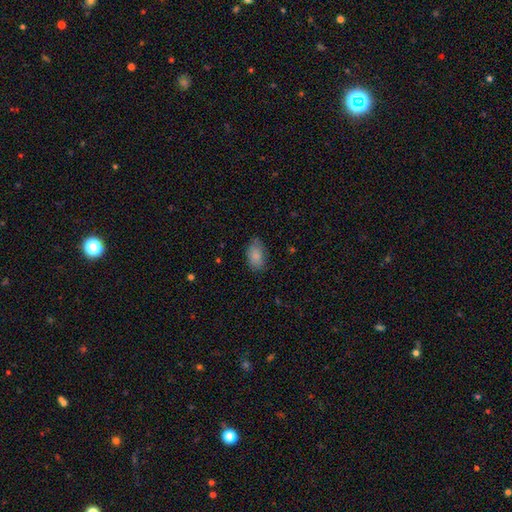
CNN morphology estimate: smooth 86%, star or artifact 7%, featured or disk 7%. Down the decision tree: how rounded — in between (93%); merging — none (79%).